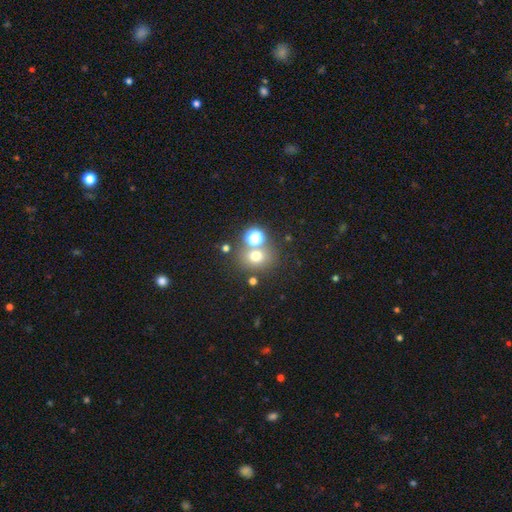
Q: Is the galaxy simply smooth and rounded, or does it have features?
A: smooth — 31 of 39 (79%).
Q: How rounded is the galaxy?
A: round — 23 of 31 (74%).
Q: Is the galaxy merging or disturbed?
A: none — 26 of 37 (70%).